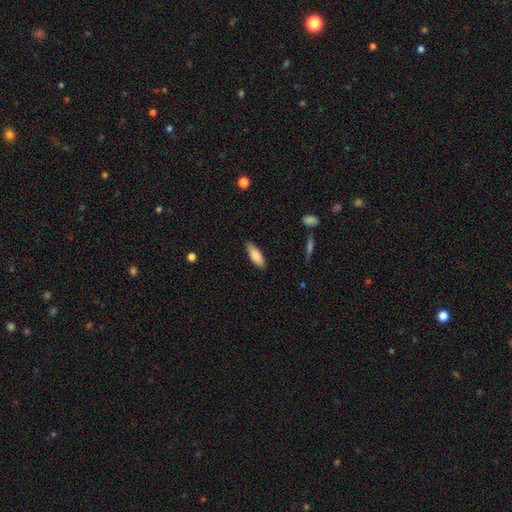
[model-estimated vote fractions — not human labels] Q: Smooth or featured?
A: smooth (83%); runner-up: featured or disk (11%)
Q: How rounded?
A: in between (63%); runner-up: cigar-shaped (36%)
Q: Merging?
A: none (85%); runner-up: minor disturbance (12%)